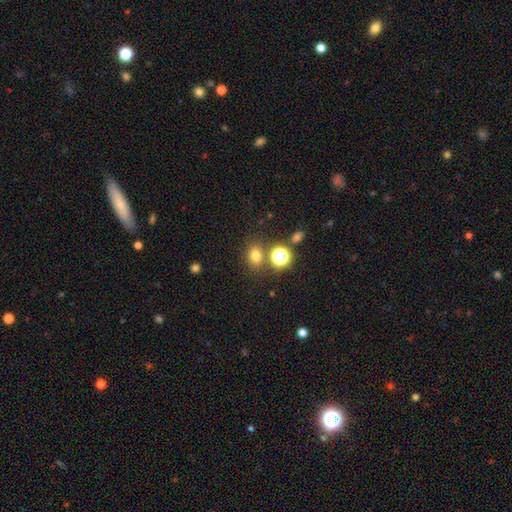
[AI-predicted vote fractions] Smooth or featured: smooth — 74% (star or artifact — 19%)
How rounded: round — 50% (in between — 49%)
Merging: none — 76% (merger — 10%)